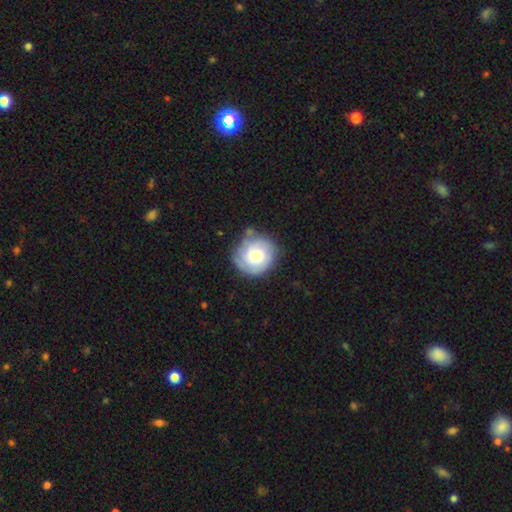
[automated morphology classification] Overall: smooth (58%; featured or disk 35%). How rounded: round (86%). Merging: none (69%).